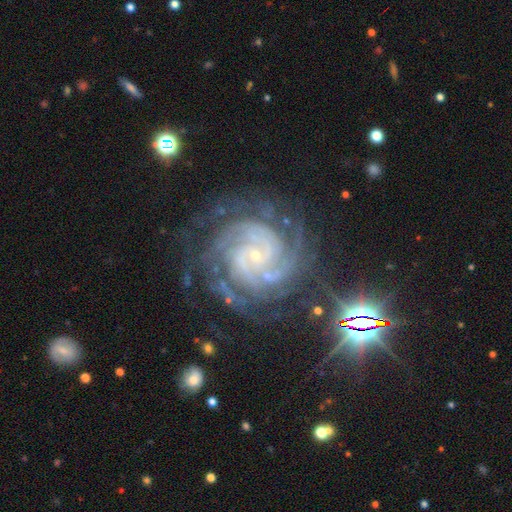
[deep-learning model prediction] Overall: featured or disk (90%). Edge-on disk: no (98%). Bar: no (66%). Spiral arms: yes (98%). Spiral arm count: 3 (24%, tied with 4). Spiral winding: tight (74%). Bulge size: small (85%). Merging: none (72%).